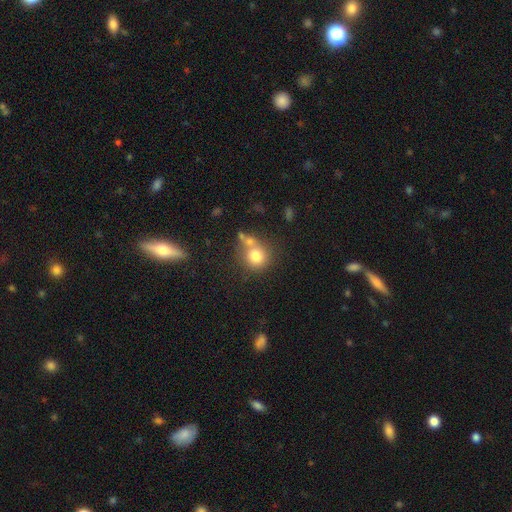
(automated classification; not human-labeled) The model was most divided on "merging": none: 50%, merger: 31%, minor disturbance: 13%, major disturbance: 6%. More confident: how rounded — round (84%); smooth or featured — smooth (77%).